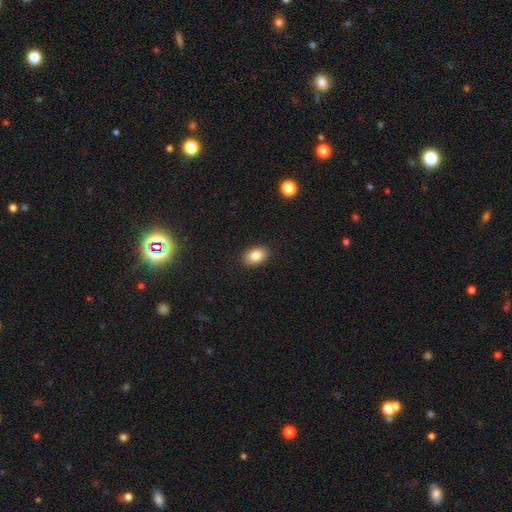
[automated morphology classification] A smooth galaxy with no disk features (84%) that is in between round and cigar-shaped (85%).

Vote fractions:
- Smooth or featured? smooth: 84% / star or artifact: 8% / featured or disk: 7%
- How rounded? in between: 85% / round: 14% / cigar-shaped: 1%
- Merging? none: 89% / minor disturbance: 8% / major disturbance: 2% / merger: 1%